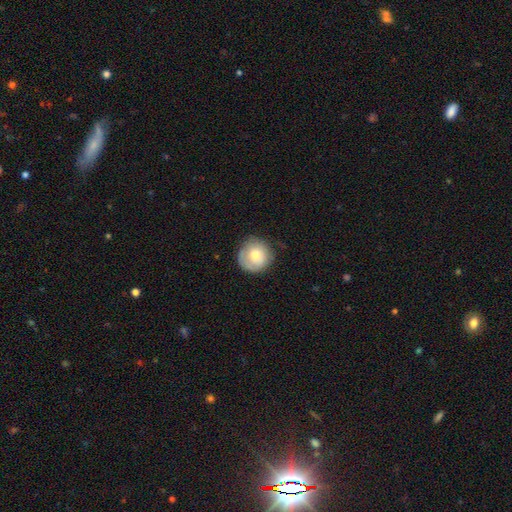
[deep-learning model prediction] A smooth galaxy with no disk features (72%) that is round (92%). Merging: none (75%).